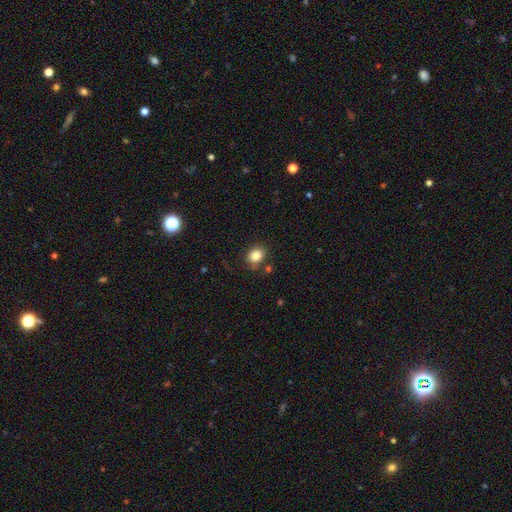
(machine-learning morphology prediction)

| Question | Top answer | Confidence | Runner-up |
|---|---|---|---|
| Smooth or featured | smooth | 84% | star or artifact (10%) |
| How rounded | round | 53% | in between (47%) |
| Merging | none | 78% | minor disturbance (13%) |